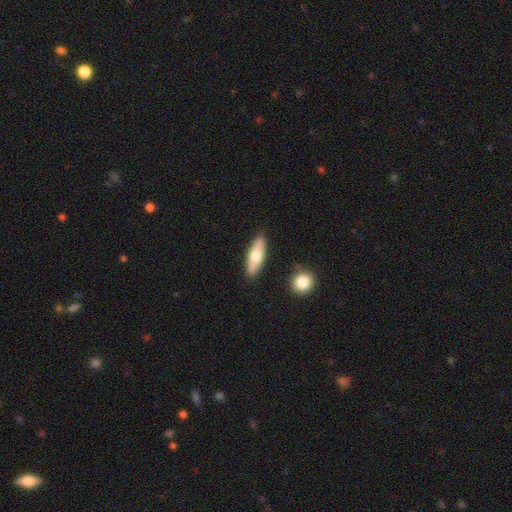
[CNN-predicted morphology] Q: Smooth or featured?
A: smooth (68%); runner-up: featured or disk (26%)
Q: How rounded?
A: in between (55%); runner-up: cigar-shaped (42%)
Q: Merging?
A: none (85%); runner-up: minor disturbance (10%)